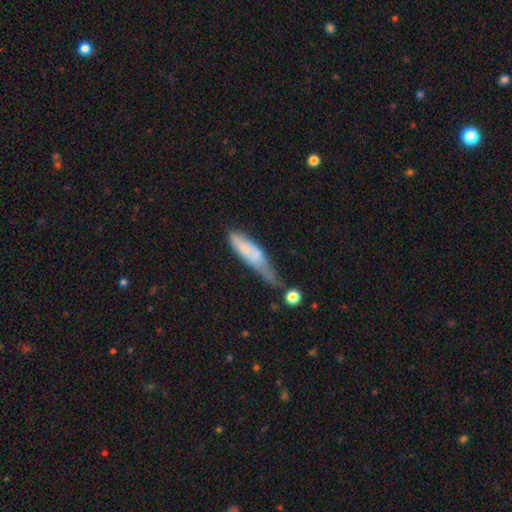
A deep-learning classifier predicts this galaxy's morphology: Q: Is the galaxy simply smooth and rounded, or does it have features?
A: smooth — 60%.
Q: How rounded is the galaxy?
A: cigar-shaped — 63%.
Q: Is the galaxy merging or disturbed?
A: minor disturbance — 35%.